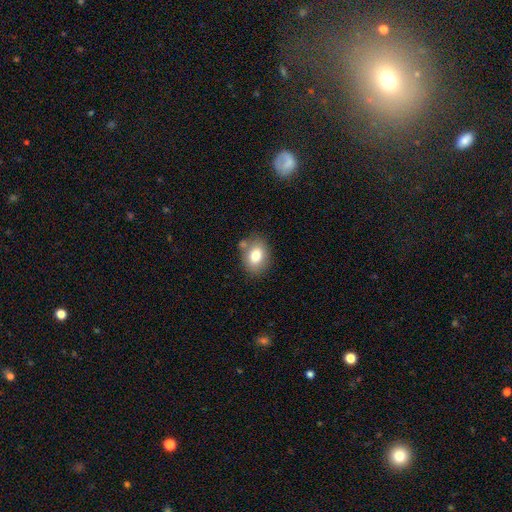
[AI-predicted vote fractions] A smooth galaxy with no disk features (77%) that is in between round and cigar-shaped (63%). Merging: none (75%).